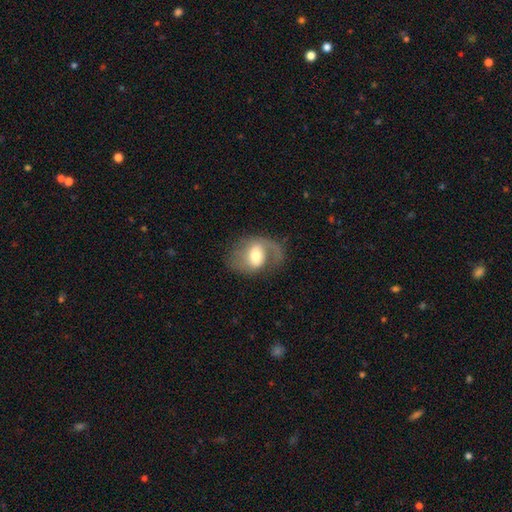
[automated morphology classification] Smooth or featured?
  - featured or disk: 63% *
  - smooth: 30%
  - star or artifact: 7%
Edge-on disk?
  - no: 96% *
  - yes: 4%
Bar?
  - weak: 43% *
  - no: 37%
  - strong: 19%
Spiral arms?
  - yes: 80% *
  - no: 20%
Bulge size?
  - moderate: 63% *
  - large: 18%
  - small: 16%
  - dominant: 2%
  - none: 1%
Merging?
  - none: 51% *
  - major disturbance: 26%
  - minor disturbance: 20%
  - merger: 2%